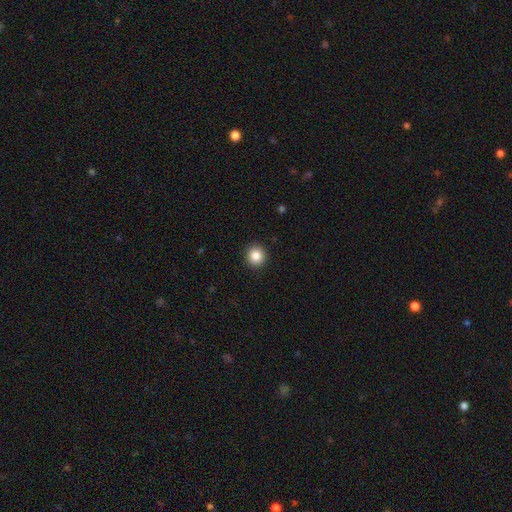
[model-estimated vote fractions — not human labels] Smooth or featured?
  - smooth: 87% *
  - star or artifact: 9%
  - featured or disk: 4%
How rounded?
  - round: 93% *
  - in between: 6%
  - cigar-shaped: 1%
Merging?
  - none: 92% *
  - minor disturbance: 5%
  - major disturbance: 2%
  - merger: 1%